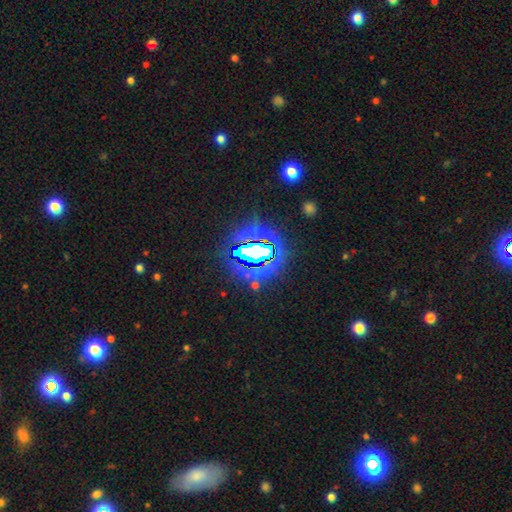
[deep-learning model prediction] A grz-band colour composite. It shows a star or artifact, not a galaxy (74%).